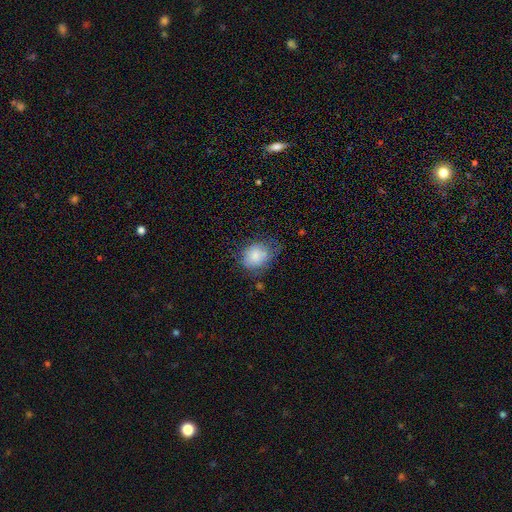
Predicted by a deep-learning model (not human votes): Smooth or featured: smooth — 77% (featured or disk — 14%)
How rounded: round — 55% (in between — 44%)
Merging: none — 53% (minor disturbance — 32%)